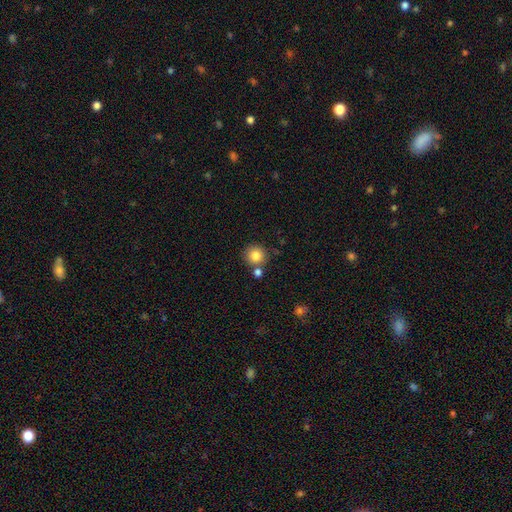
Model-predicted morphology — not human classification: A smooth galaxy with no disk features (82%) that is round (93%).

Vote fractions:
- Smooth or featured? smooth: 82% / star or artifact: 10% / featured or disk: 7%
- How rounded? round: 93% / in between: 6% / cigar-shaped: 1%
- Merging? none: 74% / merger: 15% / minor disturbance: 8% / major disturbance: 2%